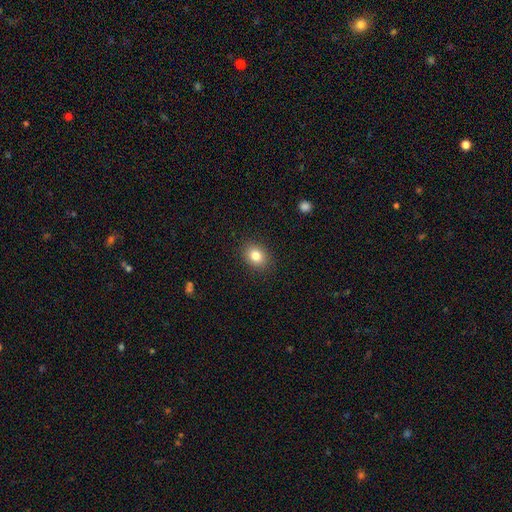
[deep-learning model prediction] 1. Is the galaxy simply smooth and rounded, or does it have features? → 83% smooth, 10% star or artifact, 7% featured or disk.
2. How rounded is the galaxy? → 55% in between, 44% round, 1% cigar-shaped.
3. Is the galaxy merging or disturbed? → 89% none, 8% minor disturbance, 2% major disturbance, 1% merger.